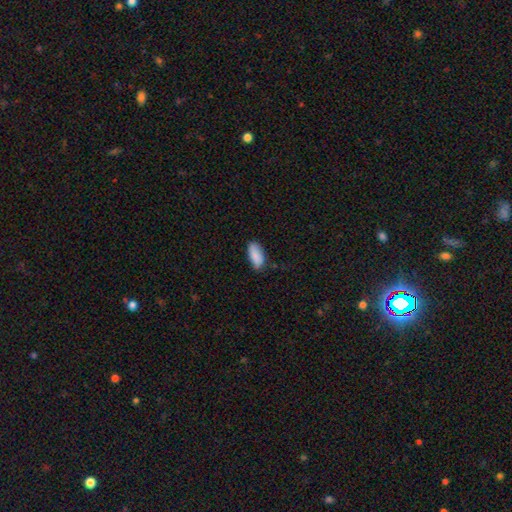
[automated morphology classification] smooth 86%, featured or disk 8%, star or artifact 6%. Down the decision tree: how rounded — in between (89%); merging — none (74%).